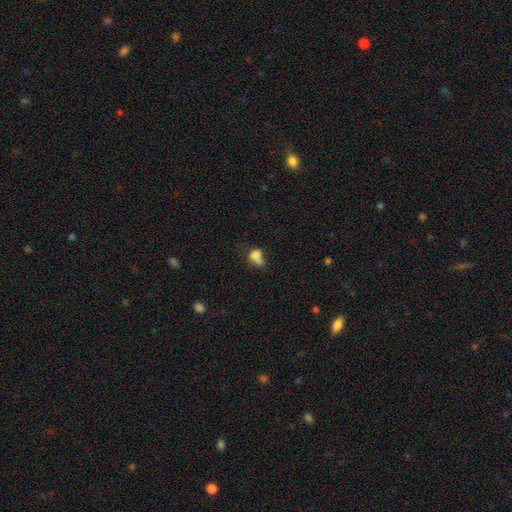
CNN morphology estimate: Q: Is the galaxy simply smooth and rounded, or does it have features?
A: smooth — 73%.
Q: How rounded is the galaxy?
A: in between — 57%.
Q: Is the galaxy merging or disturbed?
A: merger — 38%.